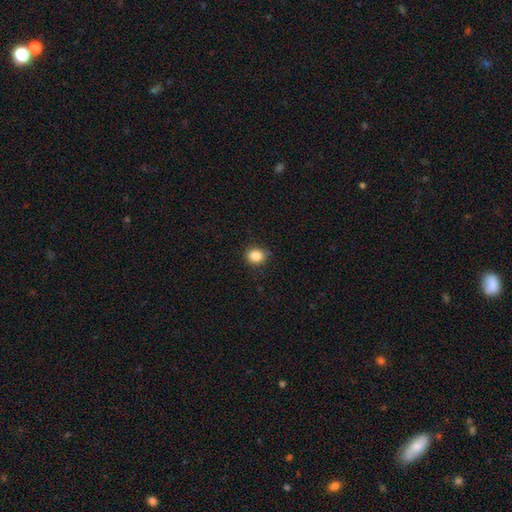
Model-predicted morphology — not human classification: type=smooth (86%); roundness=round (70%); merging=none (83%).